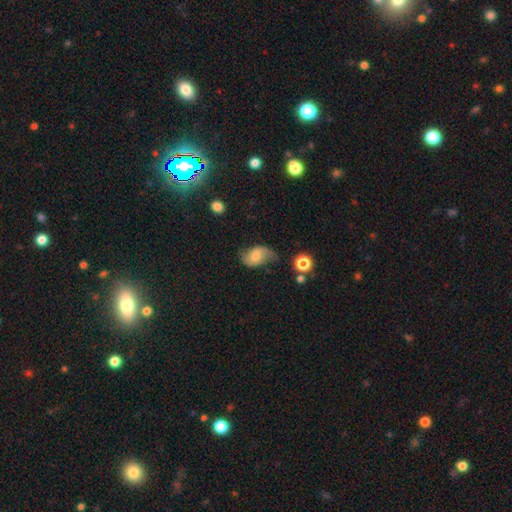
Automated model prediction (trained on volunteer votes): A smooth galaxy with no disk features (48%).

Vote fractions:
- Smooth or featured? smooth: 48% / featured or disk: 43% / star or artifact: 9%
- Merging? none: 52% / minor disturbance: 31% / major disturbance: 14% / merger: 3%